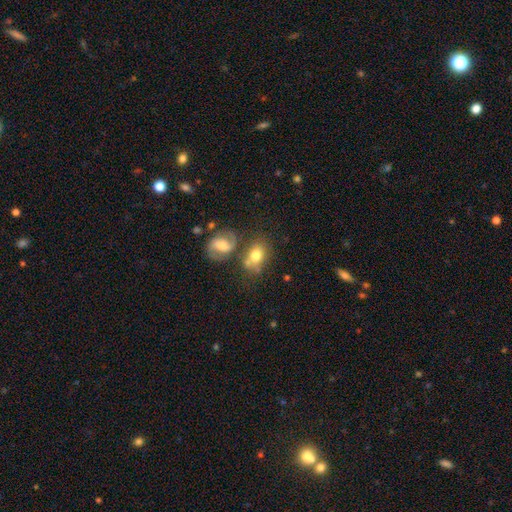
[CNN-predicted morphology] Smooth or featured? Predicted: smooth (p=0.68). How rounded? Predicted: in between (p=0.63). Merging? Predicted: none (p=0.50).